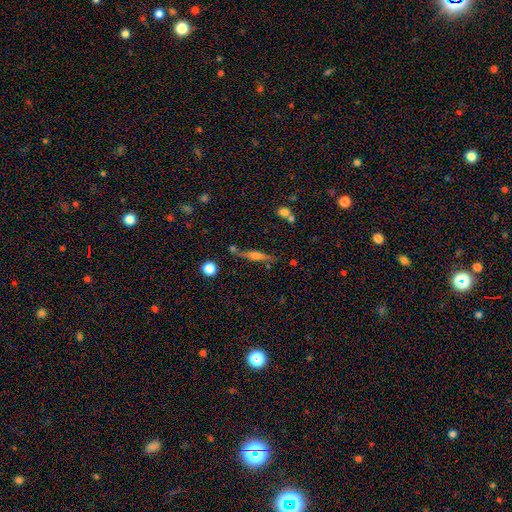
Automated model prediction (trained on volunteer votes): Smooth or featured: featured or disk — 54% (smooth — 36%)
Edge-on disk: yes — 91% (no — 9%)
Merging: none — 71% (minor disturbance — 16%)